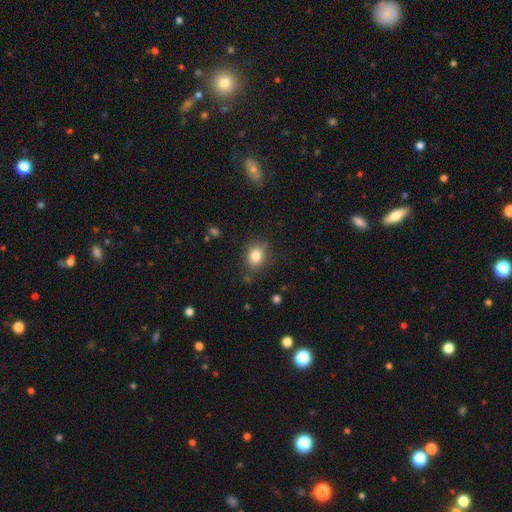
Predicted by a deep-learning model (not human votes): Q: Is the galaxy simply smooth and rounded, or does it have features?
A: smooth — 84%.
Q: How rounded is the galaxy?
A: in between — 53%.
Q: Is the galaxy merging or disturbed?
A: none — 80%.